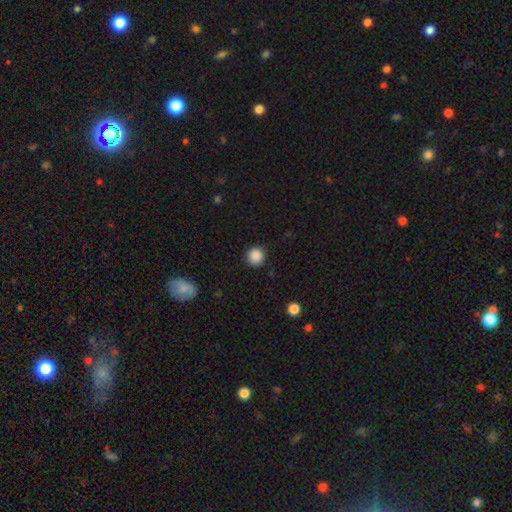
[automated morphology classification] Overall: smooth (88%). How rounded: round (92%). Merging: none (90%).